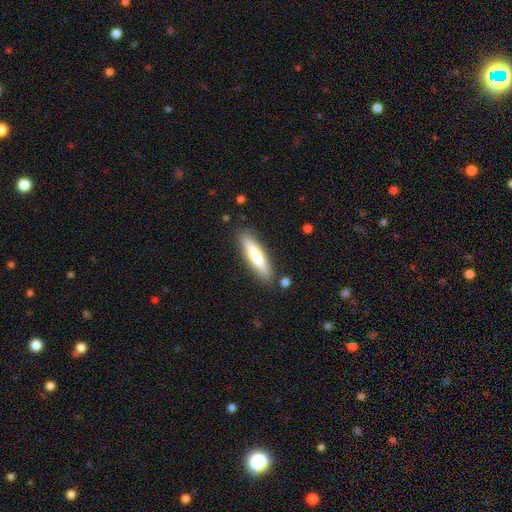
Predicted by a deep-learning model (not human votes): smooth-or-featured: smooth: 73% | featured or disk: 22% | star or artifact: 6%
  how-rounded: cigar-shaped: 80% | in between: 19% | round: 1%
  merging: none: 86% | minor disturbance: 10% | merger: 2% | major disturbance: 2%